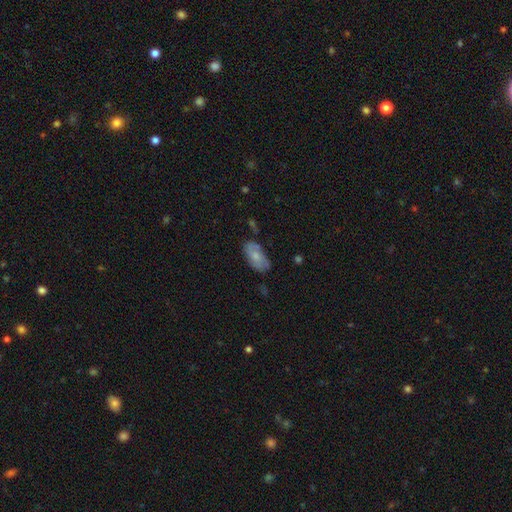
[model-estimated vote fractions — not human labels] A smooth galaxy with no disk features (66%) that is in between round and cigar-shaped (92%).

Vote fractions:
- Smooth or featured? smooth: 66% / featured or disk: 27% / star or artifact: 7%
- How rounded? in between: 92% / cigar-shaped: 5% / round: 3%
- Merging? none: 66% / minor disturbance: 25% / major disturbance: 6% / merger: 3%